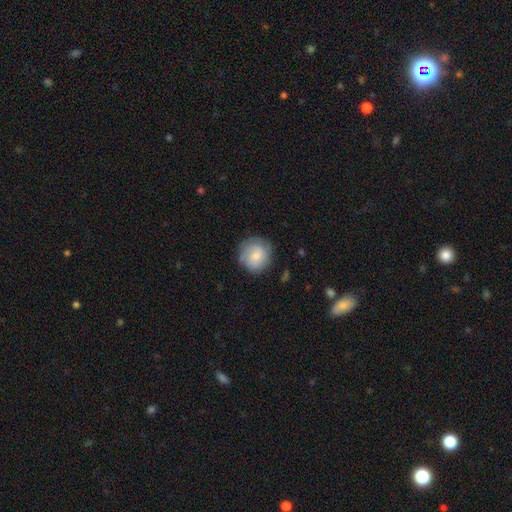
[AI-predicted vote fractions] This appears to be a smooth galaxy with no disk features (66%) that is round (91%). Merging: none (76%).